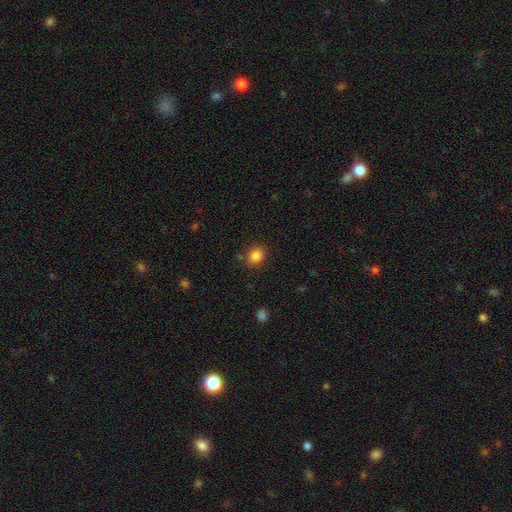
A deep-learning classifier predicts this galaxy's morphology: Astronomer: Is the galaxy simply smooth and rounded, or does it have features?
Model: smooth — 85%.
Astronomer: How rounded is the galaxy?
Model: round — 68%.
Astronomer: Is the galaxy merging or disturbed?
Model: none — 84%.